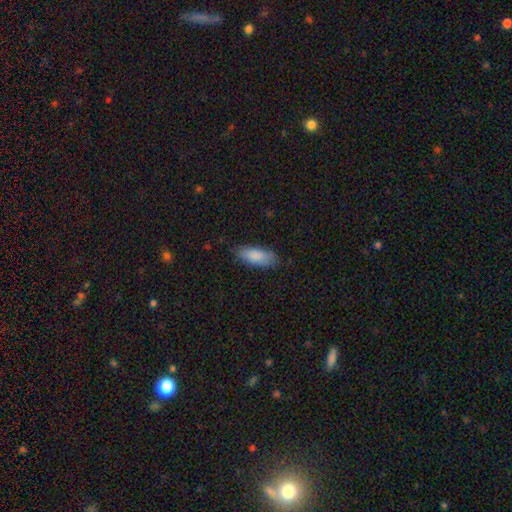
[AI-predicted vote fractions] Smooth or featured? smooth (86%)
How rounded? in between (75%)
Merging? none (79%)